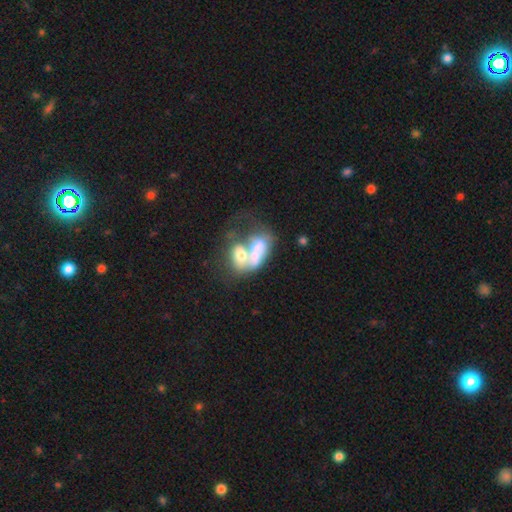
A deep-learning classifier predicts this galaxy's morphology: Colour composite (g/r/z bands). It shows a featured or disk galaxy (46%). Merging: merger (76%).